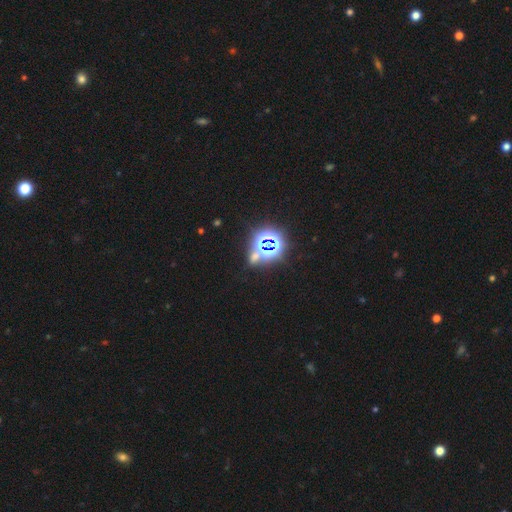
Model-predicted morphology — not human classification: Smooth or featured?
  - star or artifact: 69% *
  - smooth: 23%
  - featured or disk: 9%